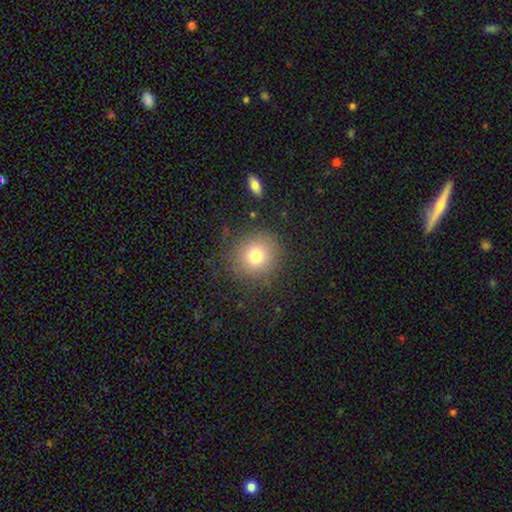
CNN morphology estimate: type=smooth (76%); roundness=round (91%); merging=none (85%).